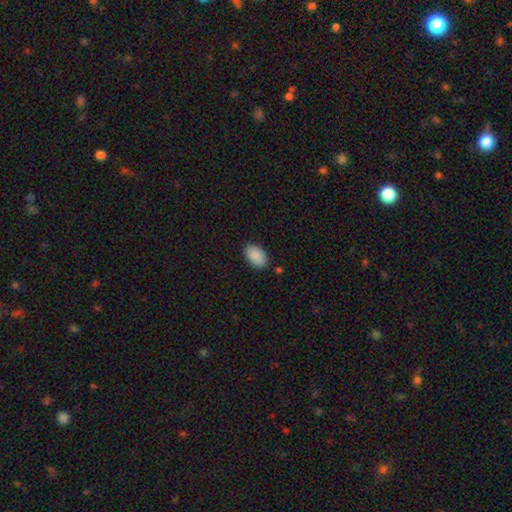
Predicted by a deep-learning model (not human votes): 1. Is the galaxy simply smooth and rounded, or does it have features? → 90% smooth, 6% star or artifact, 4% featured or disk.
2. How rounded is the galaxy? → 92% in between, 7% round, 1% cigar-shaped.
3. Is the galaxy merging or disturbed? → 84% none, 12% minor disturbance, 2% major disturbance, 2% merger.